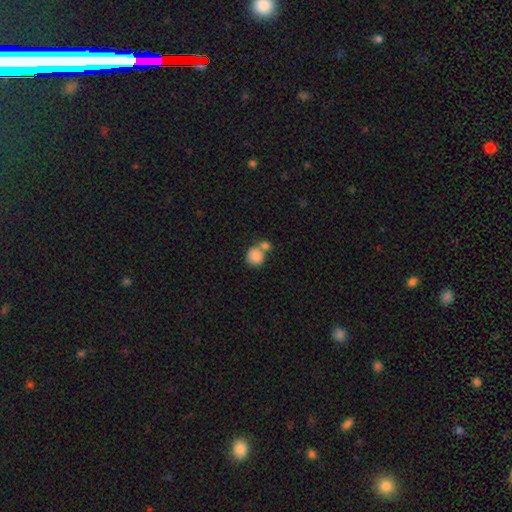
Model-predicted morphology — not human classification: Smooth or featured: smooth — 85% (star or artifact — 8%)
How rounded: round — 84% (in between — 15%)
Merging: merger — 45% (none — 42%)